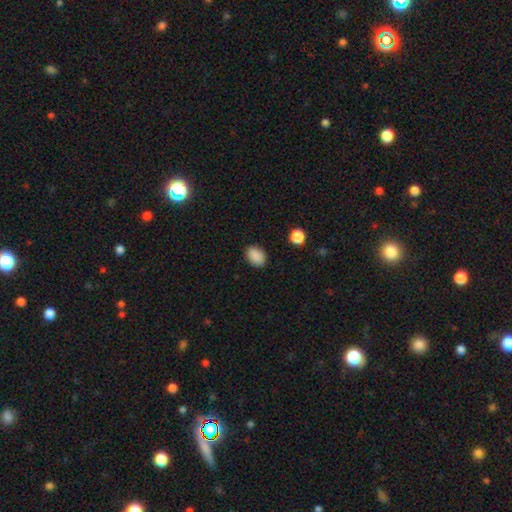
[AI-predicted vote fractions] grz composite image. It shows a smooth galaxy with no disk features (88%) that is in between round and cigar-shaped (76%). Merging: none (87%).